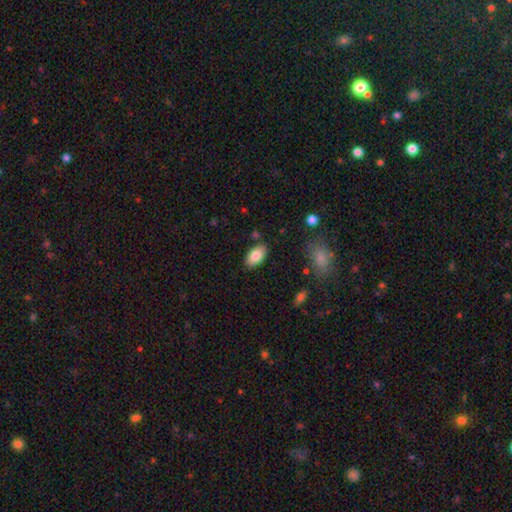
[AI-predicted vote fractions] The model was most divided on "merging": none: 85%, minor disturbance: 11%, major disturbance: 2%, merger: 2%. More confident: how rounded — in between (94%); smooth or featured — smooth (84%).